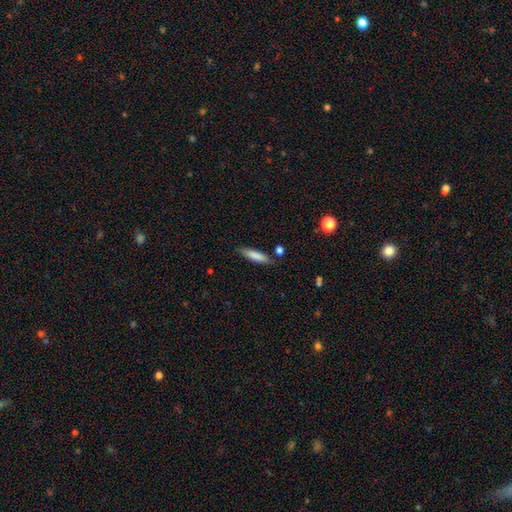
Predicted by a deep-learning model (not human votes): The model was most divided on "how rounded": cigar-shaped: 77%, in between: 22%, round: 1%. More confident: merging — none (82%); smooth or featured — smooth (82%).